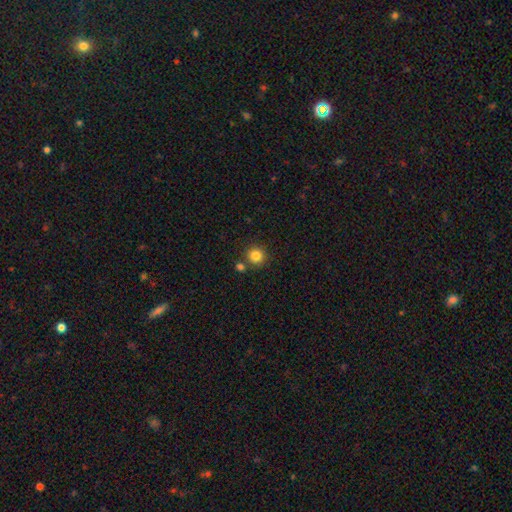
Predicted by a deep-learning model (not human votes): A smooth galaxy with no disk features (84%) that is round (93%).

Vote fractions:
- Smooth or featured? smooth: 84% / star or artifact: 11% / featured or disk: 5%
- How rounded? round: 93% / in between: 6% / cigar-shaped: 1%
- Merging? none: 78% / merger: 12% / minor disturbance: 8% / major disturbance: 3%